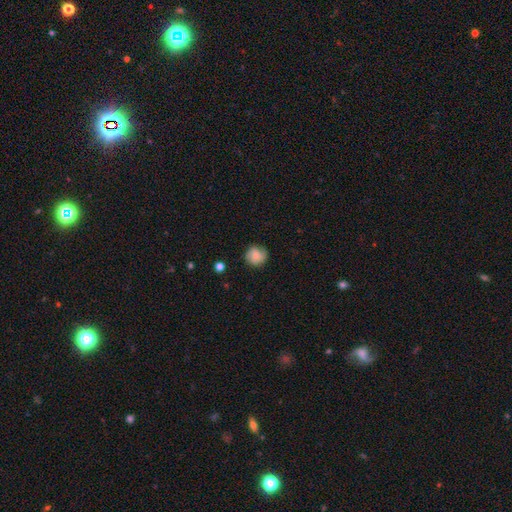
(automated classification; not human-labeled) smooth_or_featured: smooth (p=0.73) [alt: featured or disk p=0.19]
how_rounded: round (p=0.88) [alt: in between p=0.11]
merging: none (p=0.76) [alt: minor disturbance p=0.18]